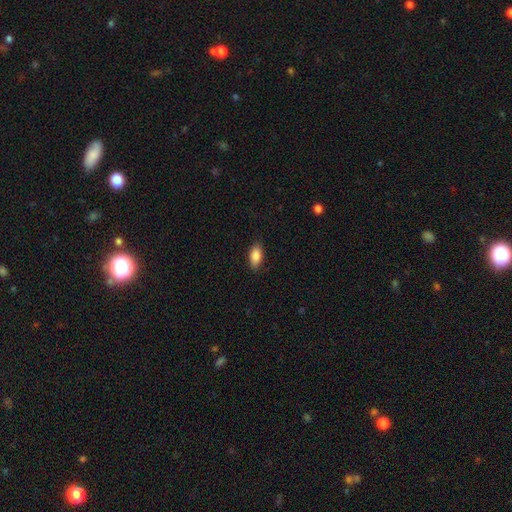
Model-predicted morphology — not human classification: Overall: smooth (87%). How rounded: in between (90%). Merging: none (86%).